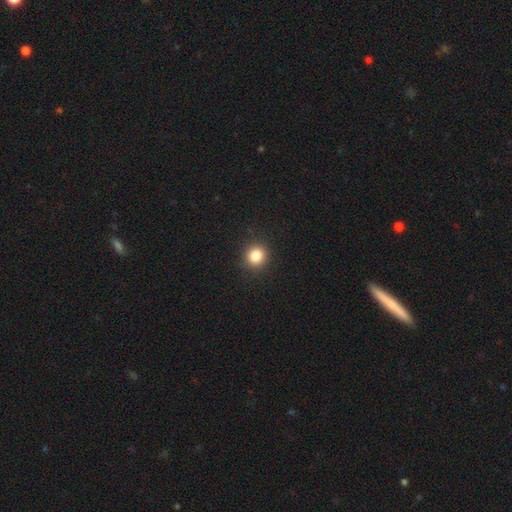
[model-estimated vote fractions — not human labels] Smooth or featured? smooth (84%)
How rounded? round (88%)
Merging? none (90%)